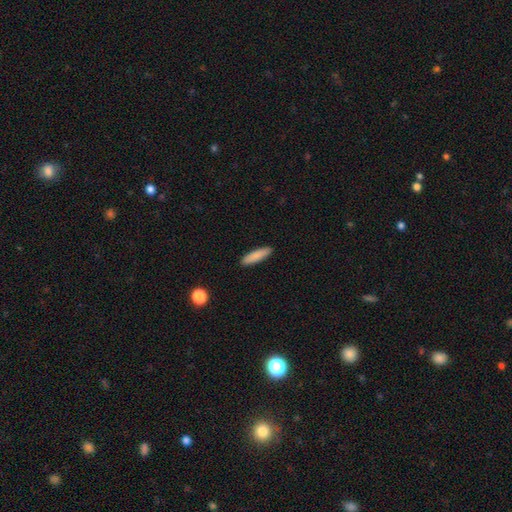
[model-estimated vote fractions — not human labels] A smooth galaxy with no disk features (86%) that is cigar-shaped (75%).

Vote fractions:
- Smooth or featured? smooth: 86% / featured or disk: 7% / star or artifact: 6%
- How rounded? cigar-shaped: 75% / in between: 23% / round: 1%
- Merging? none: 91% / minor disturbance: 7% / major disturbance: 1% / merger: 1%